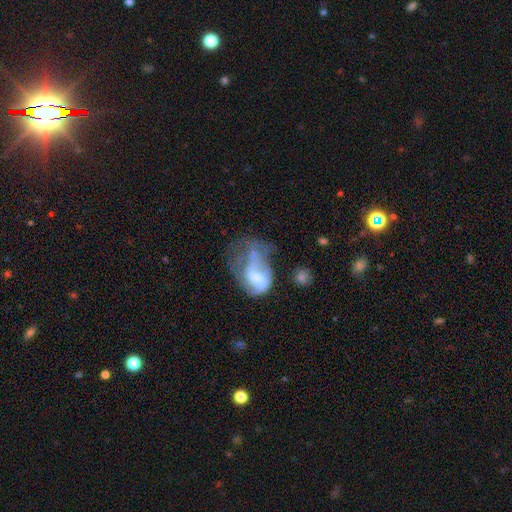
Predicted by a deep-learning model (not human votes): smooth_or_featured: featured or disk (p=0.57) [alt: smooth p=0.33]
disk_edge_on: no (p=0.97) [alt: yes p=0.03]
bar: no (p=0.53) [alt: weak p=0.36]
has_spiral_arms: no (p=0.57) [alt: yes p=0.43]
bulge_size: moderate (p=0.37) [alt: small p=0.31]
merging: major disturbance (p=0.51) [alt: minor disturbance p=0.18]